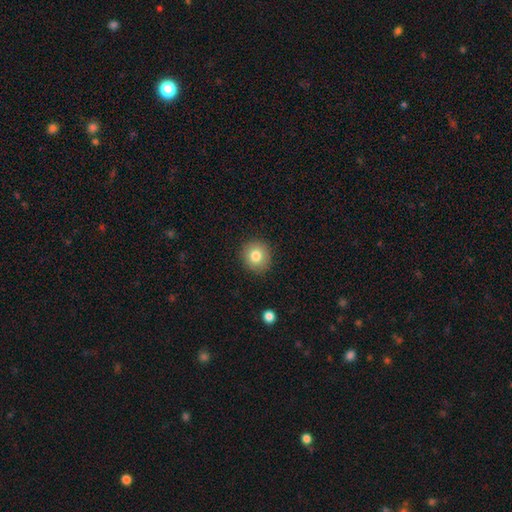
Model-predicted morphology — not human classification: Smooth or featured: smooth — 81% (star or artifact — 10%)
How rounded: round — 87% (in between — 12%)
Merging: none — 90% (minor disturbance — 7%)